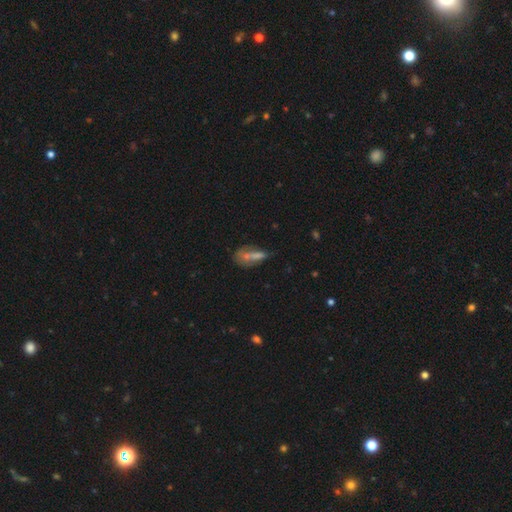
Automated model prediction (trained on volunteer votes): Q: Smooth or featured?
A: smooth (55%); runner-up: featured or disk (29%)
Q: How rounded?
A: in between (55%); runner-up: cigar-shaped (39%)
Q: Merging?
A: none (41%); runner-up: minor disturbance (23%)